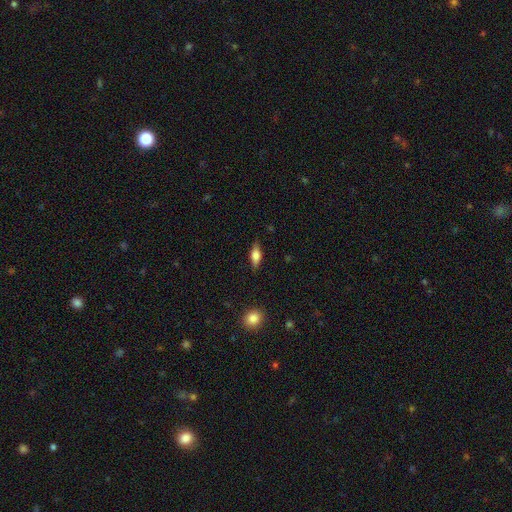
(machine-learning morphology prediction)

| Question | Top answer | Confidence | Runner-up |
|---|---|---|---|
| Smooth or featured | smooth | 61% | featured or disk (31%) |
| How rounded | in between | 72% | cigar-shaped (23%) |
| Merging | none | 84% | minor disturbance (13%) |